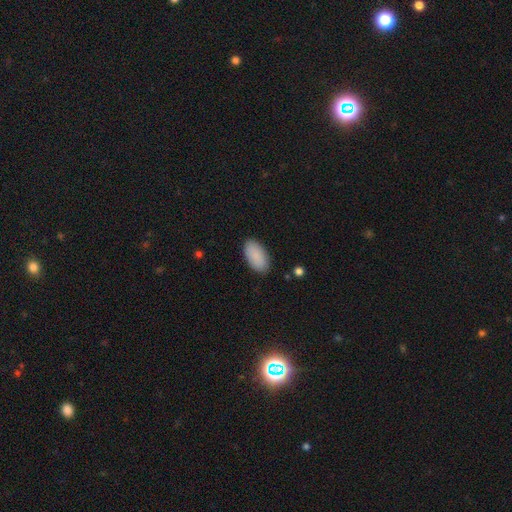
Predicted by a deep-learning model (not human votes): Q: Smooth or featured?
A: smooth (90%); runner-up: star or artifact (6%)
Q: How rounded?
A: in between (95%); runner-up: cigar-shaped (2%)
Q: Merging?
A: none (88%); runner-up: minor disturbance (9%)